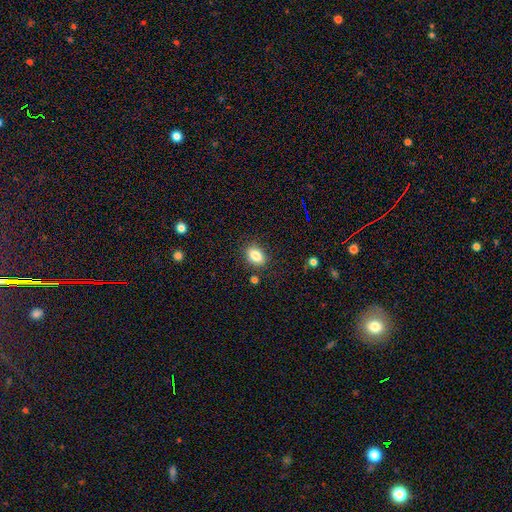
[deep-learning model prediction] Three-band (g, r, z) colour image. It shows a smooth galaxy with no disk features (84%) that is in between round and cigar-shaped (80%). Merging: none (82%).